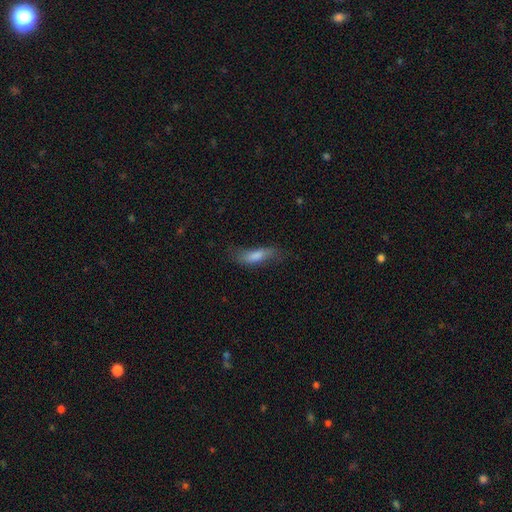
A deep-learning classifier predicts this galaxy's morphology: Overall: smooth (67%). How rounded: cigar-shaped (54%; in between 44%). Merging: none (57%; minor disturbance 27%).